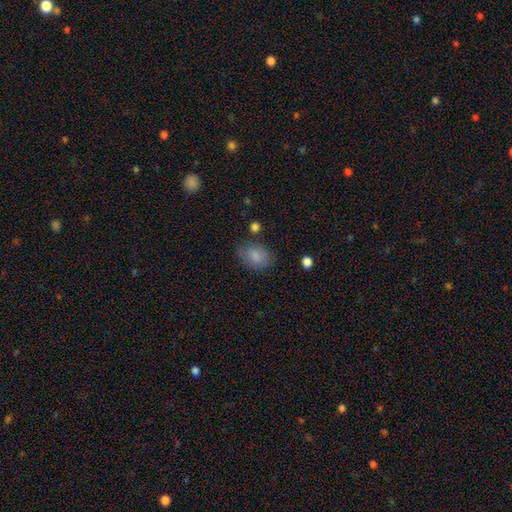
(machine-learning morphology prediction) smooth_or_featured: smooth (p=0.84) [alt: star or artifact p=0.08]
how_rounded: in between (p=0.68) [alt: round p=0.31]
merging: none (p=0.72) [alt: minor disturbance p=0.19]